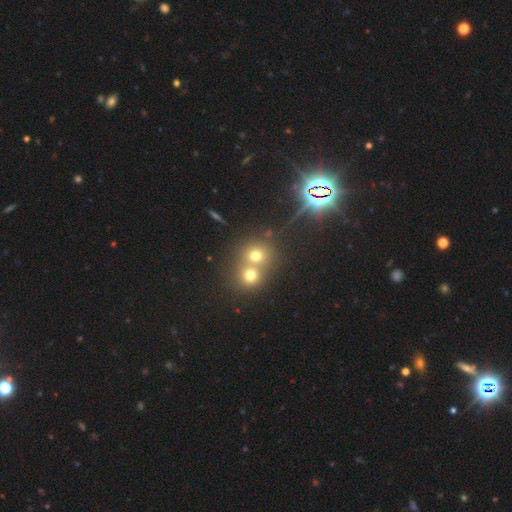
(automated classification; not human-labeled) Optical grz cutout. It shows a smooth galaxy with no disk features (65%) that is round (84%). Merging: merger (52%).